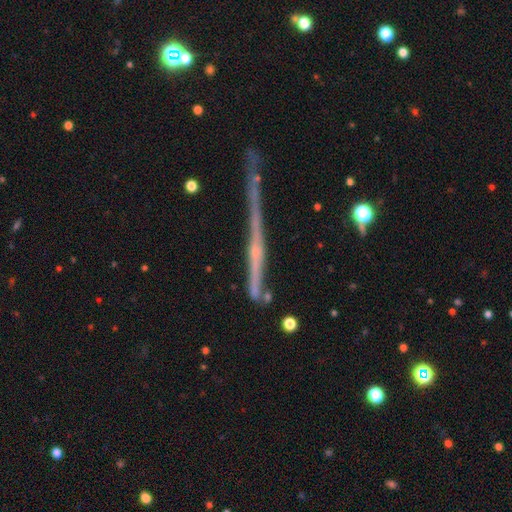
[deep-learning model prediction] Smooth or featured? featured or disk (68%)
Edge-on disk? yes (94%)
Edge-on bulge? none (69%)
Merging? none (56%)